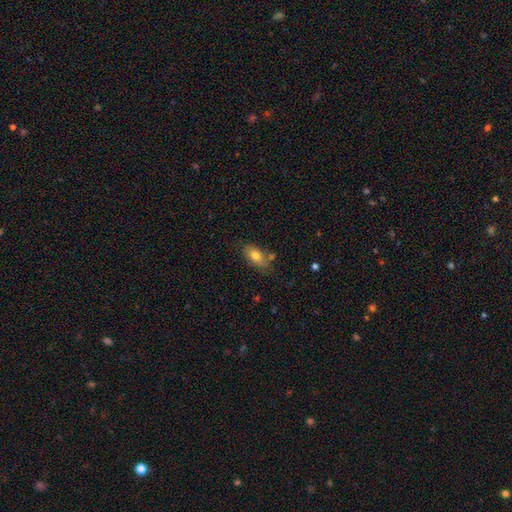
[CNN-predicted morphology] A smooth galaxy with no disk features (76%) that is in between round and cigar-shaped (88%).

Vote fractions:
- Smooth or featured? smooth: 76% / featured or disk: 16% / star or artifact: 8%
- How rounded? in between: 88% / round: 6% / cigar-shaped: 5%
- Merging? none: 69% / minor disturbance: 19% / merger: 8% / major disturbance: 4%